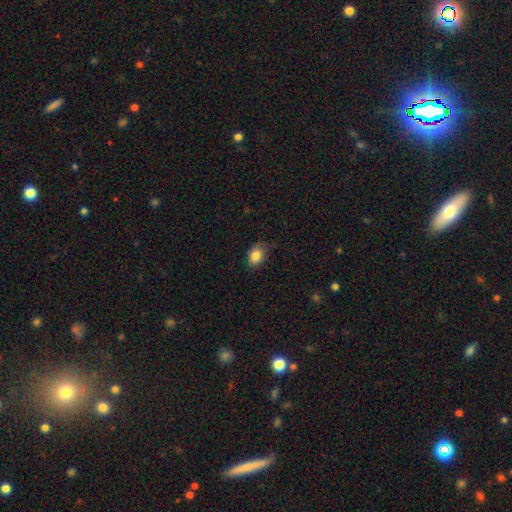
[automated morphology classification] This appears to be a smooth galaxy with no disk features (85%) that is in between round and cigar-shaped (73%). Merging: none (70%).